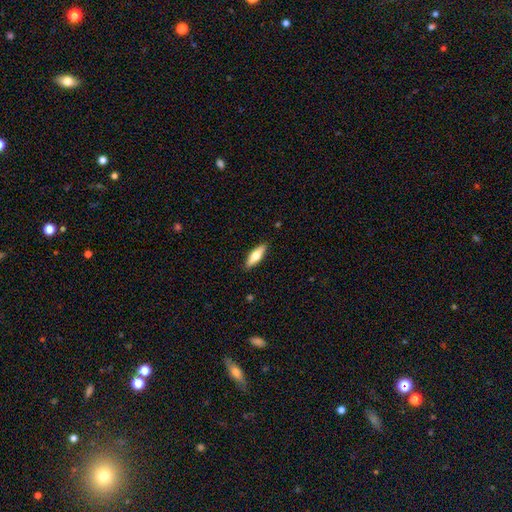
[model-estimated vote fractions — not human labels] smooth_or_featured: smooth (p=0.60) [alt: featured or disk p=0.34]
how_rounded: cigar-shaped (p=0.52) [alt: in between p=0.46]
merging: none (p=0.89) [alt: minor disturbance p=0.08]